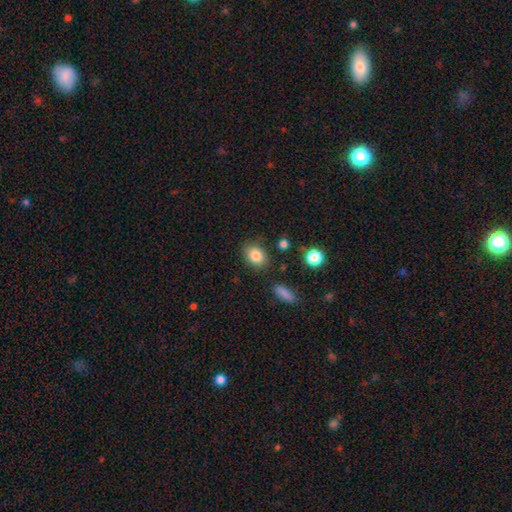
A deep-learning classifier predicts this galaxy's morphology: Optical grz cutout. It shows a smooth galaxy with no disk features (84%) that is in between round and cigar-shaped (67%). Merging: none (81%).